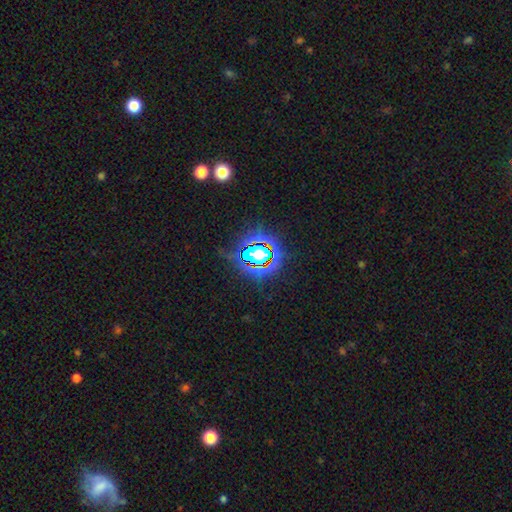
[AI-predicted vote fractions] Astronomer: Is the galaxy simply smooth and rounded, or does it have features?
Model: star or artifact — 80%.